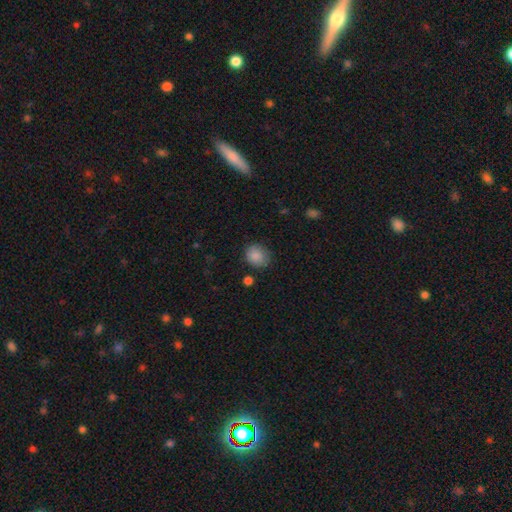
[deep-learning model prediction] A smooth galaxy with no disk features (87%) that is round (69%). Merging: none (78%).